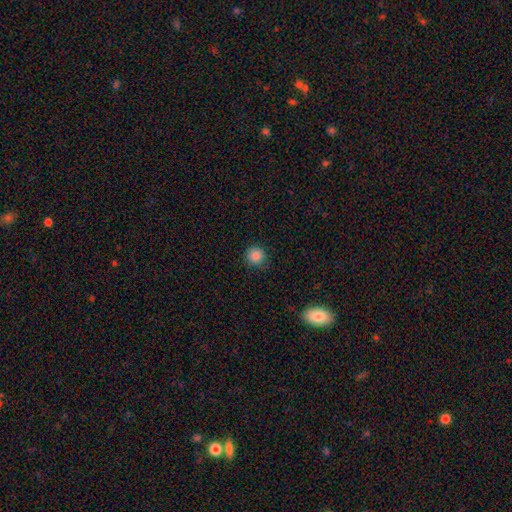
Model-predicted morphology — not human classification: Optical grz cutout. It shows a smooth galaxy with no disk features (85%) that is round (92%). Merging: none (84%).